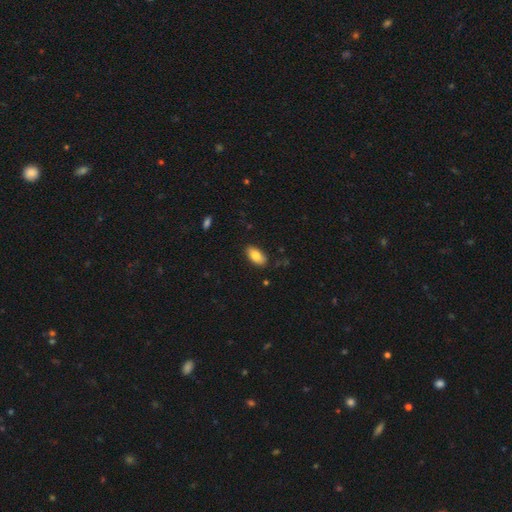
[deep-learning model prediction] A smooth galaxy with no disk features (83%) that is in between round and cigar-shaped (93%).

Vote fractions:
- Smooth or featured? smooth: 83% / featured or disk: 10% / star or artifact: 7%
- How rounded? in between: 93% / cigar-shaped: 5% / round: 3%
- Merging? none: 84% / minor disturbance: 12% / major disturbance: 2% / merger: 1%